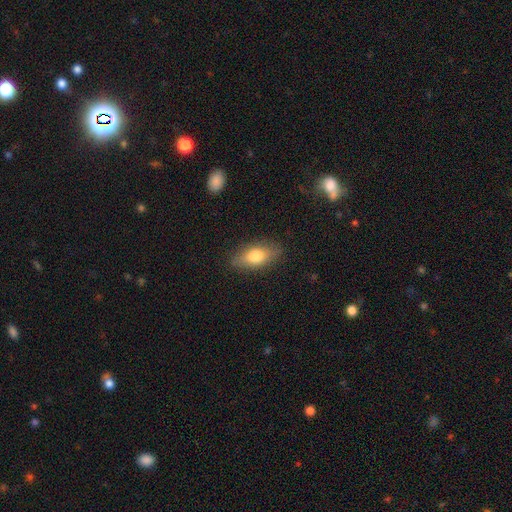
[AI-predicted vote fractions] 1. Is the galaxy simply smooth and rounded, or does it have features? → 74% smooth, 19% featured or disk, 7% star or artifact.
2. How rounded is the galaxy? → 82% in between, 12% cigar-shaped, 6% round.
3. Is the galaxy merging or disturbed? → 86% none, 11% minor disturbance, 3% major disturbance, 1% merger.